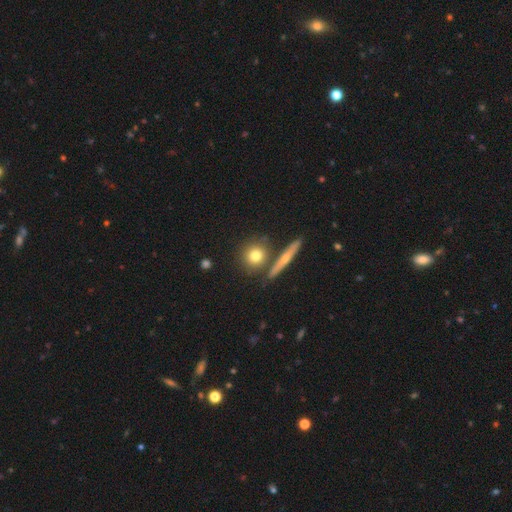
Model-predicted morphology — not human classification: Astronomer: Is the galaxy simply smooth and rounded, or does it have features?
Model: smooth — 73%.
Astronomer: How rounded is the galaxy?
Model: round — 85%.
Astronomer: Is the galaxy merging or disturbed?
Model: none — 75%.